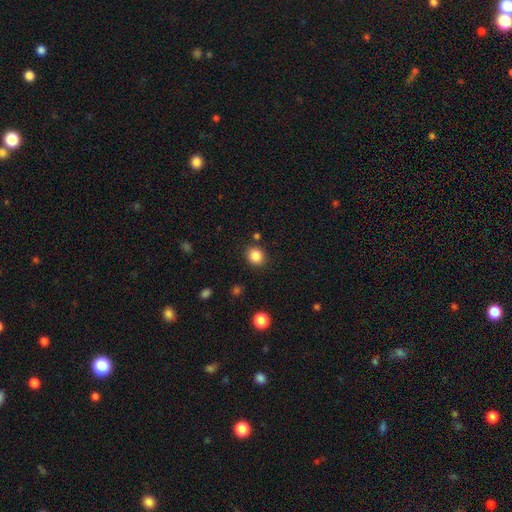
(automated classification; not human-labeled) Smooth or featured?
  - smooth: 86% *
  - star or artifact: 10%
  - featured or disk: 4%
How rounded?
  - round: 77% *
  - in between: 22%
  - cigar-shaped: 1%
Merging?
  - none: 86% *
  - minor disturbance: 8%
  - merger: 3%
  - major disturbance: 3%